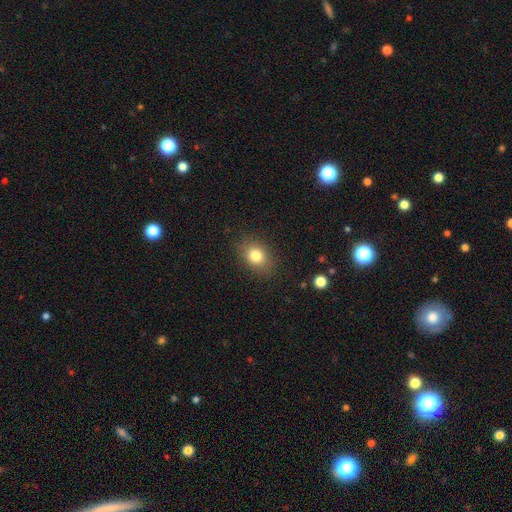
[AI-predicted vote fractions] smooth_or_featured: smooth (p=0.80) [alt: star or artifact p=0.11]
how_rounded: in between (p=0.59) [alt: round p=0.39]
merging: none (p=0.84) [alt: minor disturbance p=0.11]